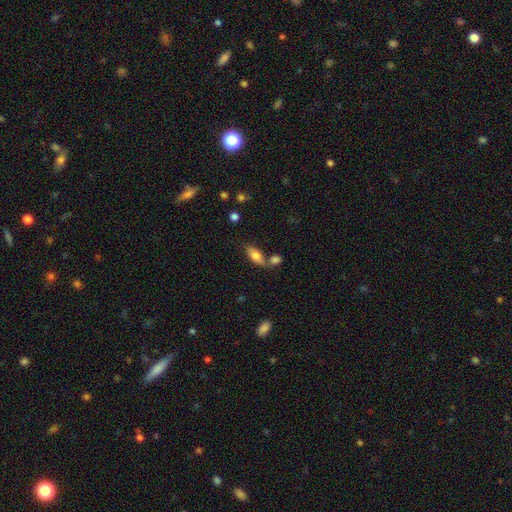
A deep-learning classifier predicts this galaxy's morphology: This is likely a smooth galaxy (74%). How rounded: clearly in between (81%). Merging: possibly none (58%).